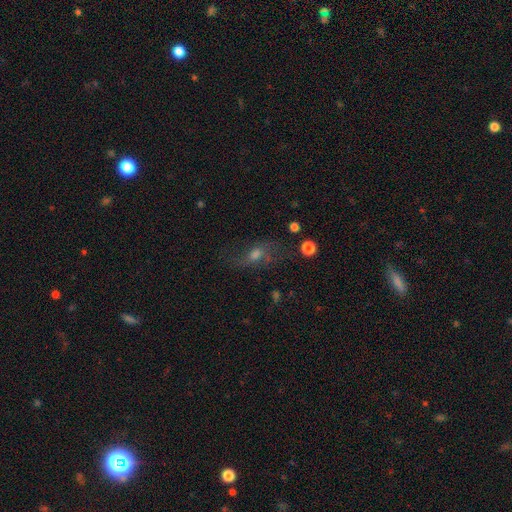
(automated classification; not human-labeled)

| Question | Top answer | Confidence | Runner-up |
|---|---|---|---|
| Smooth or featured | featured or disk | 41% | smooth (37%) |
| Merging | none | 57% | minor disturbance (20%) |